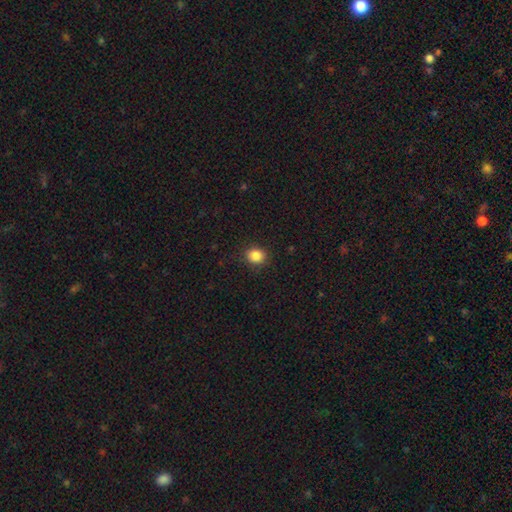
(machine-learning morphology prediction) smooth_or_featured: smooth (p=0.86) [alt: star or artifact p=0.10]
how_rounded: round (p=0.70) [alt: in between p=0.29]
merging: none (p=0.88) [alt: minor disturbance p=0.08]